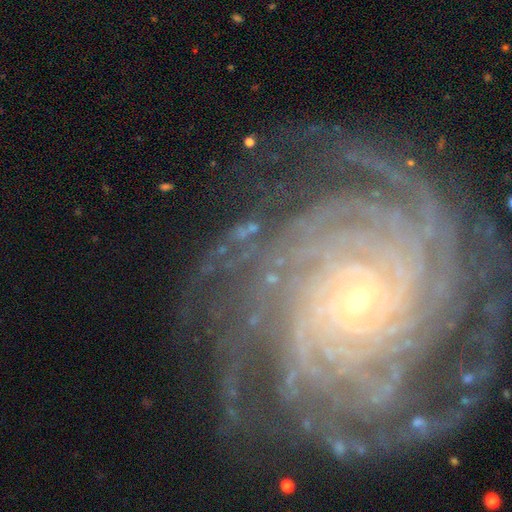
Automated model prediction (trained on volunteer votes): Morphology: type=featured or disk (91%); edge-on=no (97%); bar=no (67%); spiral arms=yes (98%); winding=tight (84%); arm count=more than 4 (38%); bulge=small (83%); merging=none (77%).